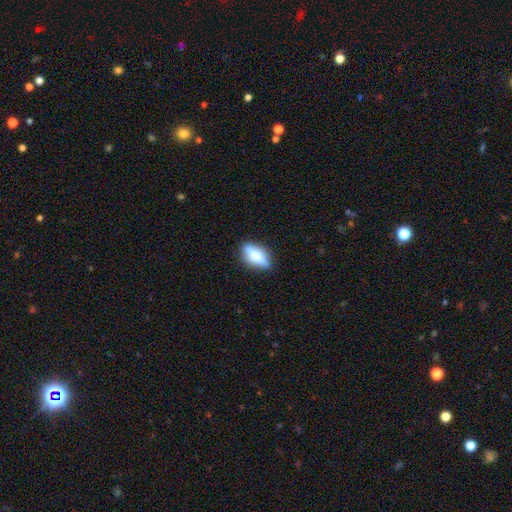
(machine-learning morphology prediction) Overall: smooth (47%; featured or disk 45%). Merging: none (85%).